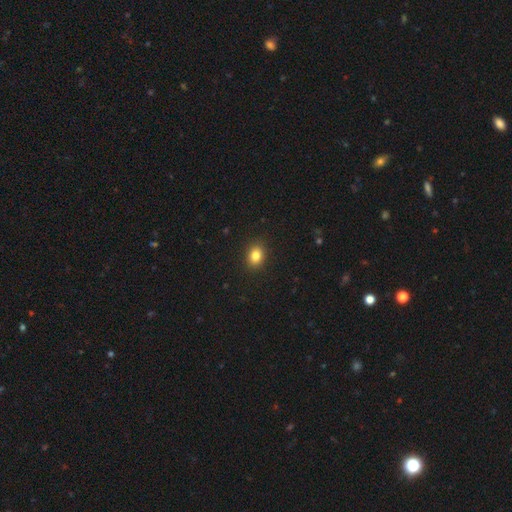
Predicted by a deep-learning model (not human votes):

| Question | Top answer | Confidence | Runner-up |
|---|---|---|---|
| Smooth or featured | smooth | 83% | star or artifact (10%) |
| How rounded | in between | 57% | round (42%) |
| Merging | none | 90% | minor disturbance (7%) |